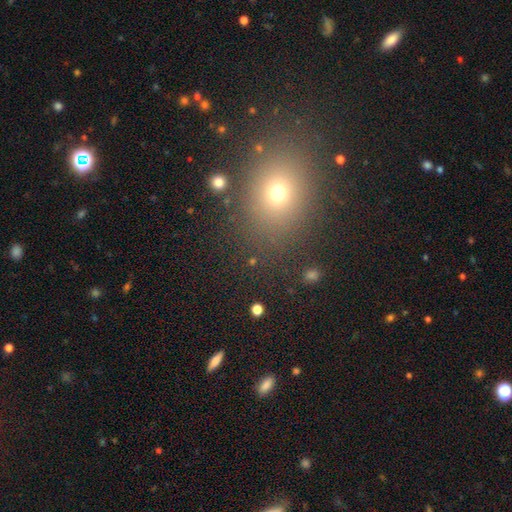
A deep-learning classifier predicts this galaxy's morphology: Smooth or featured: smooth — 60% (star or artifact — 30%)
How rounded: round — 54% (in between — 44%)
Merging: none — 86% (minor disturbance — 8%)